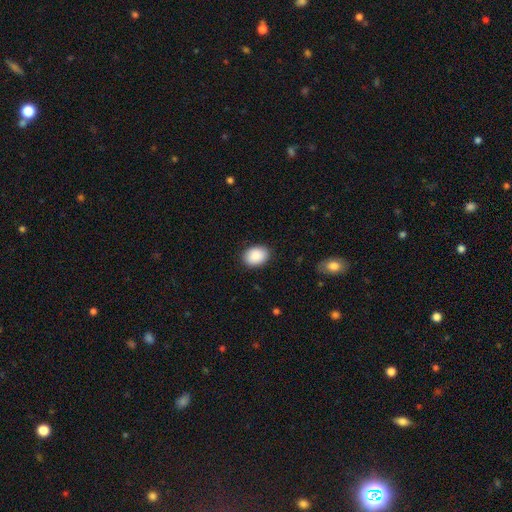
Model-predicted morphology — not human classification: Smooth or featured? smooth (90%)
How rounded? in between (73%)
Merging? none (88%)